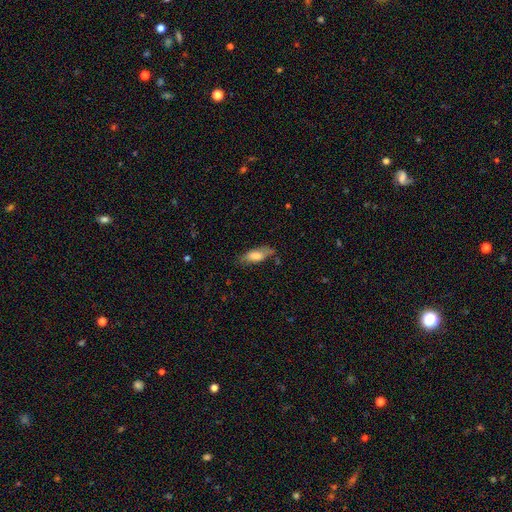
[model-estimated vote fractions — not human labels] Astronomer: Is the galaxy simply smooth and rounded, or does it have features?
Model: smooth — 71%.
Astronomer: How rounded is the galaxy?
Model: in between — 73%.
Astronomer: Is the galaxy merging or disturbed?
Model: none — 61%.